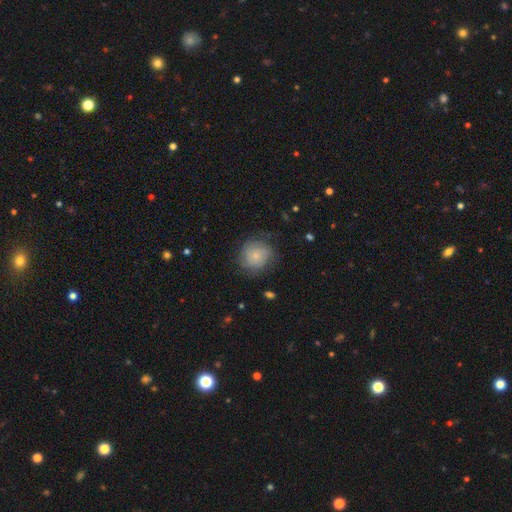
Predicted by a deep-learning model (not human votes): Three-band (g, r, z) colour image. It shows a smooth galaxy with no disk features (67%) that is round (86%). Merging: none (68%).